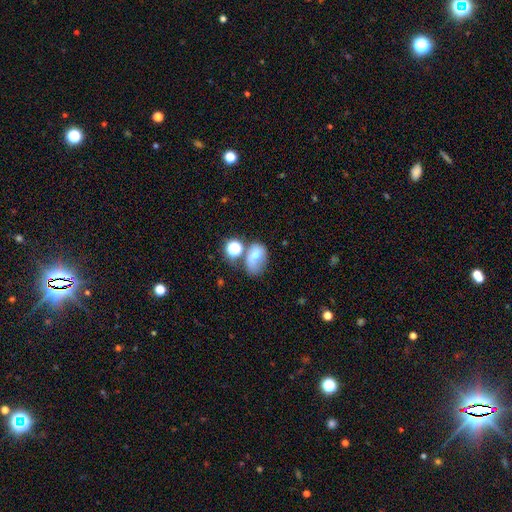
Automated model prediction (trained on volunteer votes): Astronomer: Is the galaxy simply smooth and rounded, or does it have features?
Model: smooth — 54% (runner-up: featured or disk, 31%).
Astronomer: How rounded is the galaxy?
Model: in between — 71%.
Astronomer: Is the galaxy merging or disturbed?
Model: none — 45% (runner-up: merger, 22%).